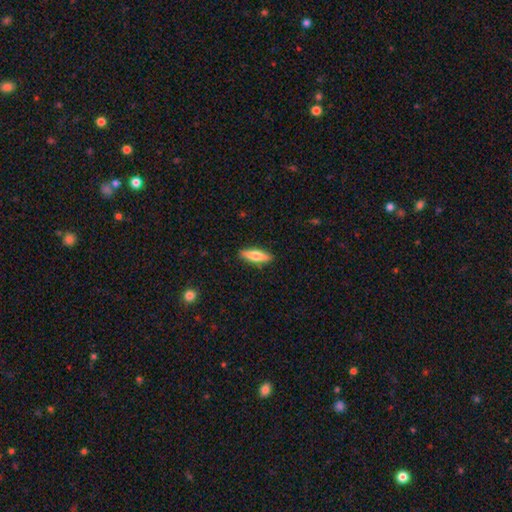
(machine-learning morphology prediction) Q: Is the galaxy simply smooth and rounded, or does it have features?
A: smooth — 73%.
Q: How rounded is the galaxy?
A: cigar-shaped — 54%.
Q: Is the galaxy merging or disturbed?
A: none — 89%.